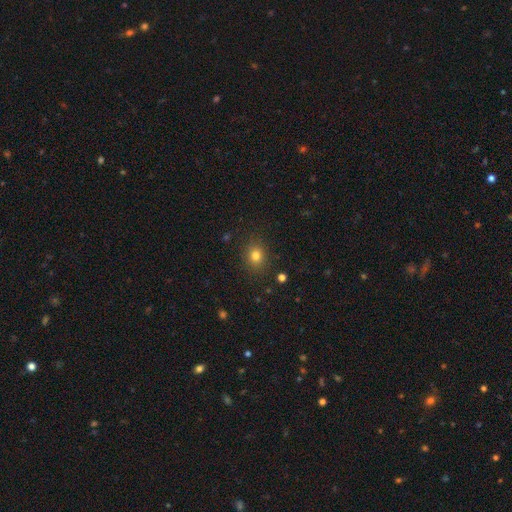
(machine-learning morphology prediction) Smooth or featured: smooth — 80% (star or artifact — 13%)
How rounded: round — 66% (in between — 33%)
Merging: none — 87% (minor disturbance — 9%)